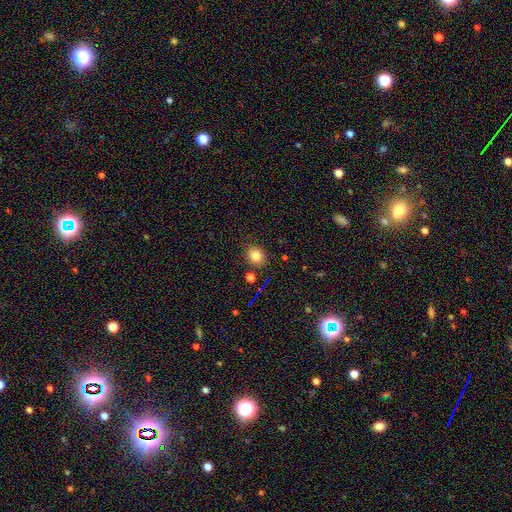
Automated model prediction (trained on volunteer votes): A smooth galaxy with no disk features (80%) that is round (74%).

Vote fractions:
- Smooth or featured? smooth: 80% / star or artifact: 13% / featured or disk: 7%
- How rounded? round: 74% / in between: 25% / cigar-shaped: 1%
- Merging? none: 83% / minor disturbance: 10% / merger: 5% / major disturbance: 3%